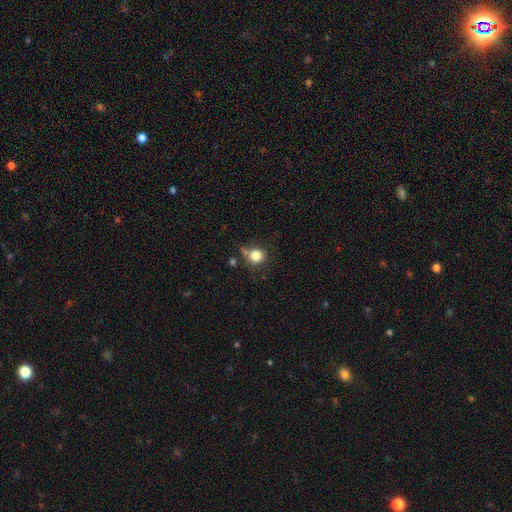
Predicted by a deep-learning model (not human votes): Morphology: type=smooth (82%); roundness=round (88%); merging=none (62%).